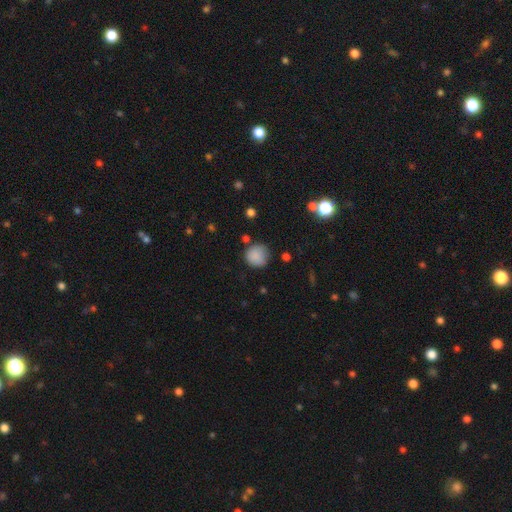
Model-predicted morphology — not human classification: Smooth or featured?
  - smooth: 86% *
  - star or artifact: 9%
  - featured or disk: 5%
How rounded?
  - round: 91% *
  - in between: 8%
  - cigar-shaped: 1%
Merging?
  - none: 74% *
  - minor disturbance: 18%
  - major disturbance: 5%
  - merger: 4%